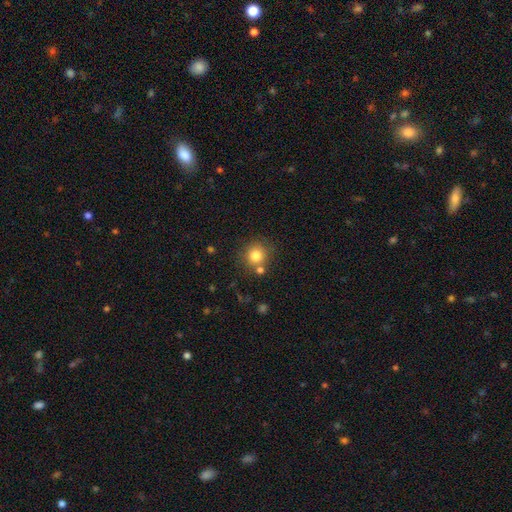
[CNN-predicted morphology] This is clearly a smooth galaxy (80%). How rounded: clearly round (91%). Merging: likely none (75%).